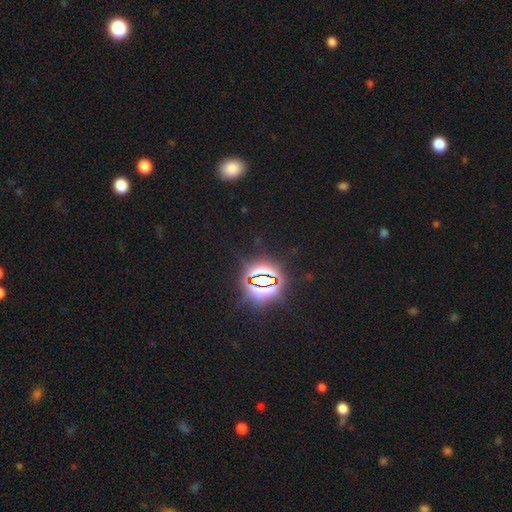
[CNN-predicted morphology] Smooth or featured? Predicted: star or artifact (p=0.84).